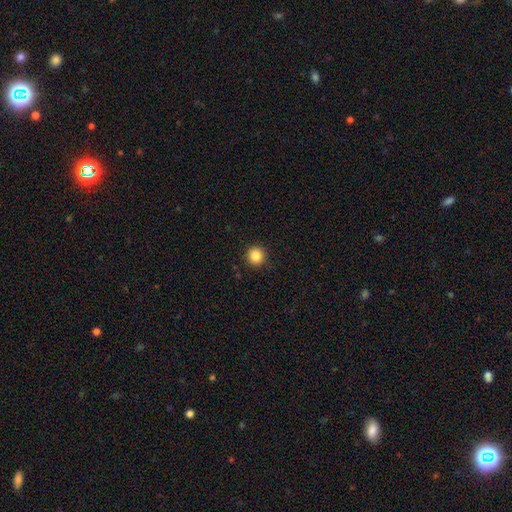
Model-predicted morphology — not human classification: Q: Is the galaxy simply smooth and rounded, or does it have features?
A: smooth — 86%.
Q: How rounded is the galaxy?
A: round — 94%.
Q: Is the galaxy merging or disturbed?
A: none — 92%.